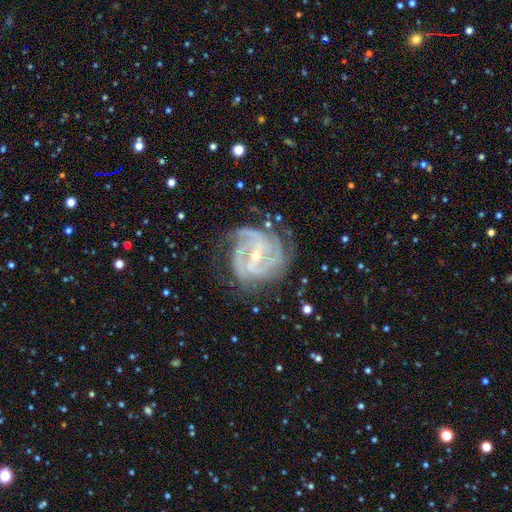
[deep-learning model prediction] Smooth or featured: featured or disk — 91% (star or artifact — 5%)
Edge-on disk: no — 98% (yes — 2%)
Bar: weak — 43% (strong — 33%)
Spiral arms: yes — 98% (no — 2%)
Spiral winding: tight — 59% (medium — 35%)
Spiral arm count: 3 — 35% (4 — 23%)
Bulge size: small — 70% (moderate — 27%)
Merging: none — 70% (minor disturbance — 19%)